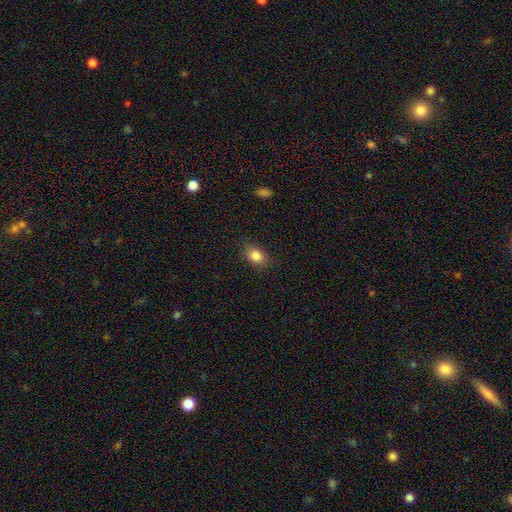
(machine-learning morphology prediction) Smooth or featured?
  - smooth: 85% *
  - star or artifact: 9%
  - featured or disk: 6%
How rounded?
  - in between: 72% *
  - round: 26%
  - cigar-shaped: 1%
Merging?
  - none: 85% *
  - minor disturbance: 11%
  - major disturbance: 3%
  - merger: 1%